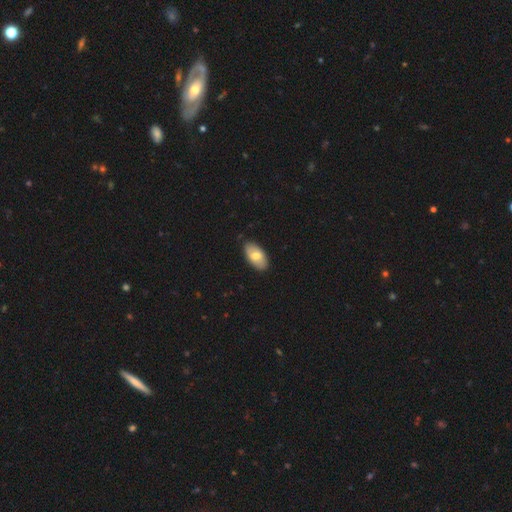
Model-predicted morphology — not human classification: The model was most divided on "smooth or featured": smooth: 71%, featured or disk: 23%, star or artifact: 6%. More confident: how rounded — in between (95%); merging — none (86%).